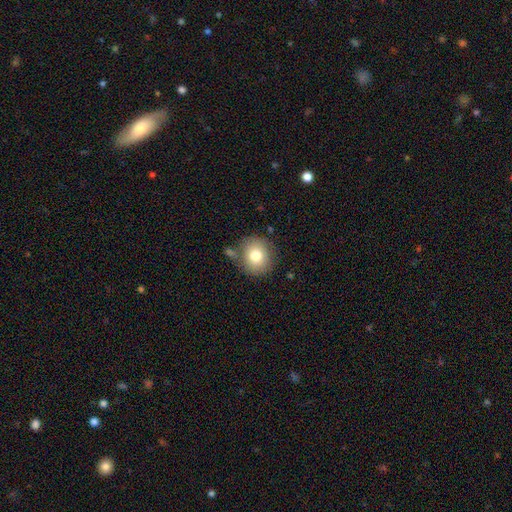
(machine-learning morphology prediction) This appears to be a smooth galaxy with no disk features (79%) that is round (84%). Merging: none (75%).